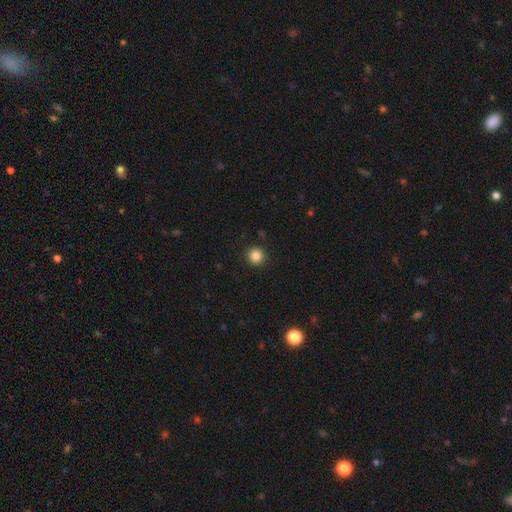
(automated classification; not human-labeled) This appears to be a smooth galaxy with no disk features (86%) that is round (95%). Merging: none (92%).